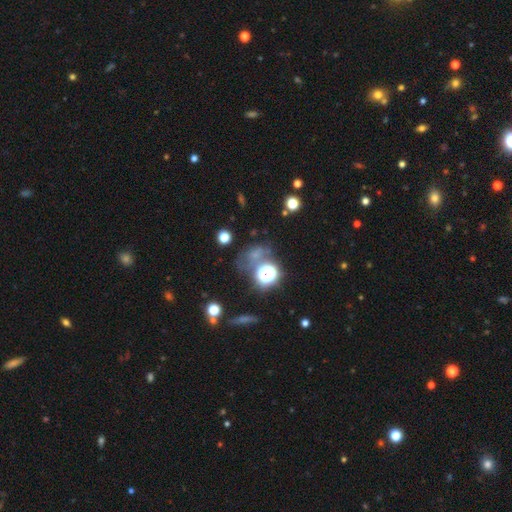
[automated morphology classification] This appears to be a star or artifact, not a galaxy (43%).